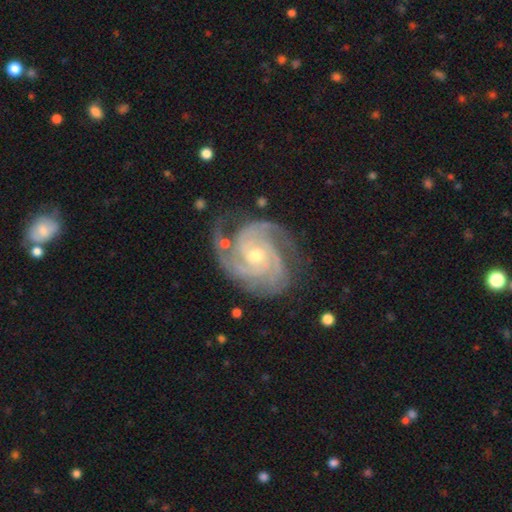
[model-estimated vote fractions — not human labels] Overall: featured or disk (93%). Edge-on disk: no (98%). Bar: no (69%). Spiral arms: yes (99%). Spiral arm count: 3 (46%; 4 18%). Spiral winding: tight (69%). Bulge size: small (58%; moderate 39%). Merging: none (71%).